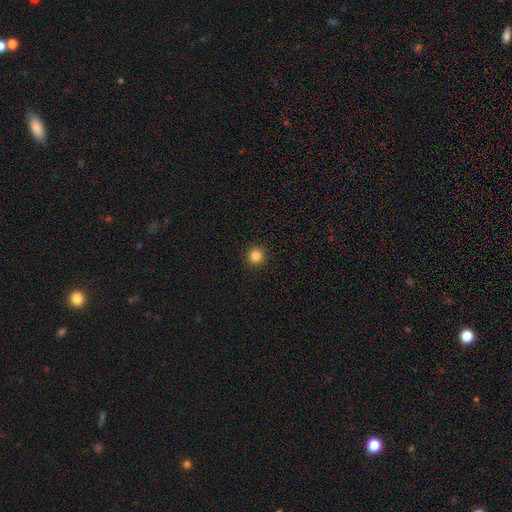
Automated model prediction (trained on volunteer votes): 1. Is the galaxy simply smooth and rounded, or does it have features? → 85% smooth, 12% star or artifact, 4% featured or disk.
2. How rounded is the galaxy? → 95% round, 4% in between, 1% cigar-shaped.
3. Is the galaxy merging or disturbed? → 93% none, 5% minor disturbance, 2% major disturbance, 1% merger.